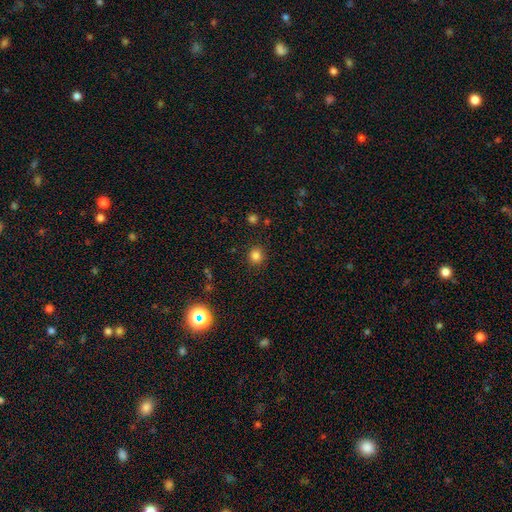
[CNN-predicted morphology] This is clearly a smooth galaxy (82%). How rounded: clearly round (89%). Merging: clearly none (89%).